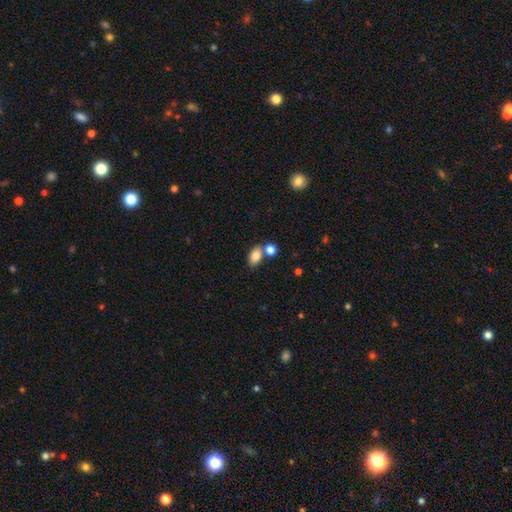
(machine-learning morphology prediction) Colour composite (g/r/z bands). It shows a smooth galaxy with no disk features (83%) that is in between round and cigar-shaped (86%). Merging: none (57%).